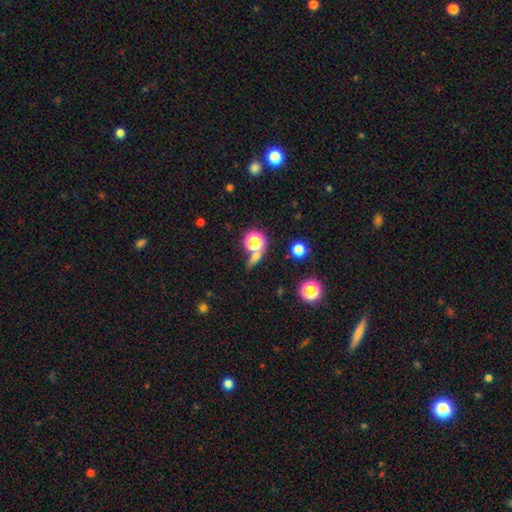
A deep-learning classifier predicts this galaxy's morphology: This appears to be a smooth galaxy with no disk features (56%) that is round (51%). Merging: none (61%).